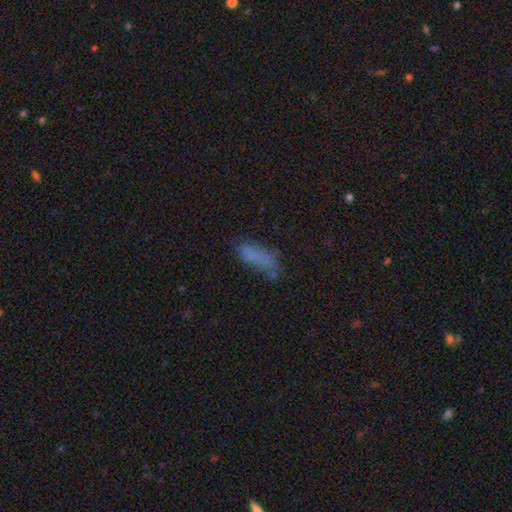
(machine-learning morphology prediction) Smooth or featured?
  - smooth: 71% *
  - featured or disk: 16%
  - star or artifact: 14%
How rounded?
  - in between: 56% *
  - cigar-shaped: 41%
  - round: 3%
Merging?
  - none: 53% *
  - minor disturbance: 24%
  - major disturbance: 14%
  - merger: 9%